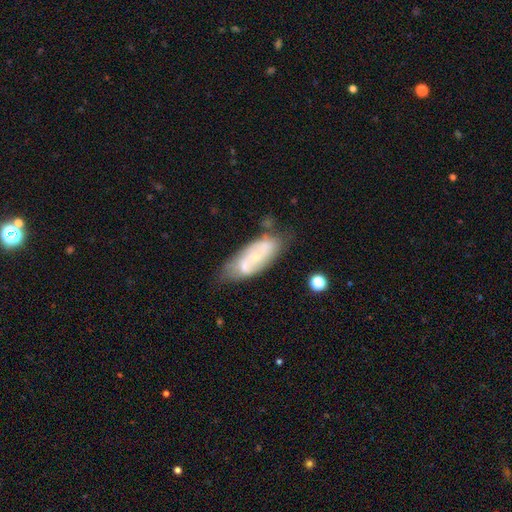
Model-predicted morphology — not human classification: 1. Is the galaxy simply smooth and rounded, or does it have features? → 62% featured or disk, 31% smooth, 7% star or artifact.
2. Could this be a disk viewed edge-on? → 91% no, 9% yes.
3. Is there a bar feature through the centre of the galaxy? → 62% no, 29% weak, 9% strong.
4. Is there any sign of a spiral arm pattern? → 72% yes, 28% no.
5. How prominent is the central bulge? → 67% small, 26% moderate, 4% none, 2% large, 1% dominant.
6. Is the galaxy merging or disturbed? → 60% none, 23% minor disturbance, 10% merger, 7% major disturbance.